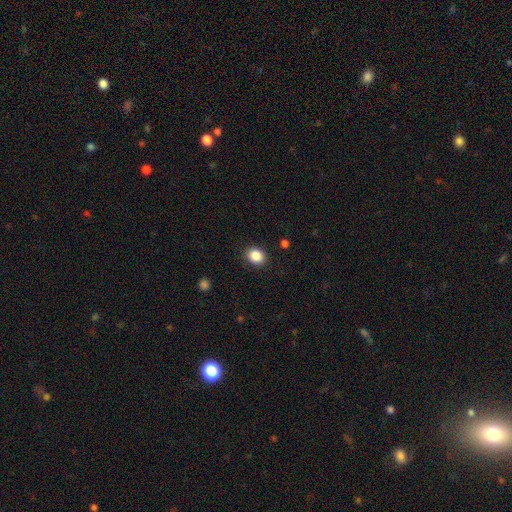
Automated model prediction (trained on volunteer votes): Smooth or featured? Predicted: smooth (p=0.87). How rounded? Predicted: round (p=0.65). Merging? Predicted: none (p=0.89).